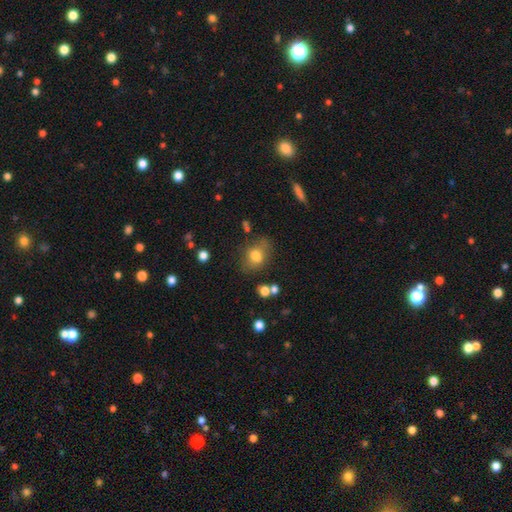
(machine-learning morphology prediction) This is likely a smooth galaxy (71%). How rounded: likely in between (64%). Merging: possibly none (58%).